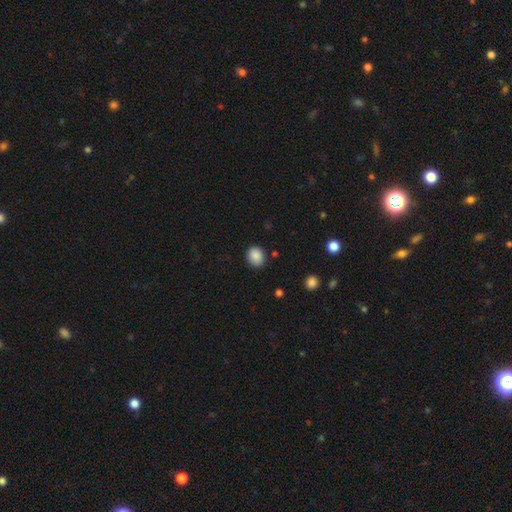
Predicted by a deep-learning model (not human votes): This appears to be a smooth galaxy with no disk features (87%) that is round (61%). Merging: none (86%).